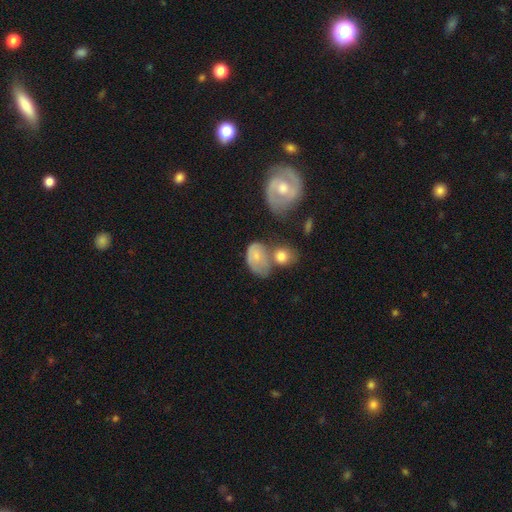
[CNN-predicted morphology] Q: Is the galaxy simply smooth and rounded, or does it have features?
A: smooth — 63%.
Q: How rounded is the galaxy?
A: in between — 78%.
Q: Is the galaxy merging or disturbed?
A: merger — 33%.